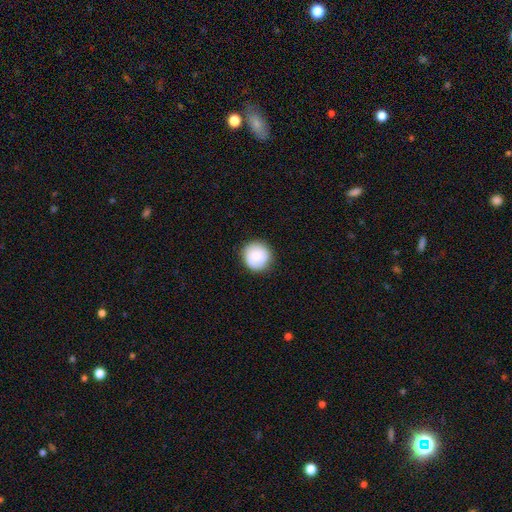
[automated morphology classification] The model was most divided on "smooth or featured": smooth: 67%, featured or disk: 27%, star or artifact: 7%. More confident: how rounded — round (93%); merging — none (85%).